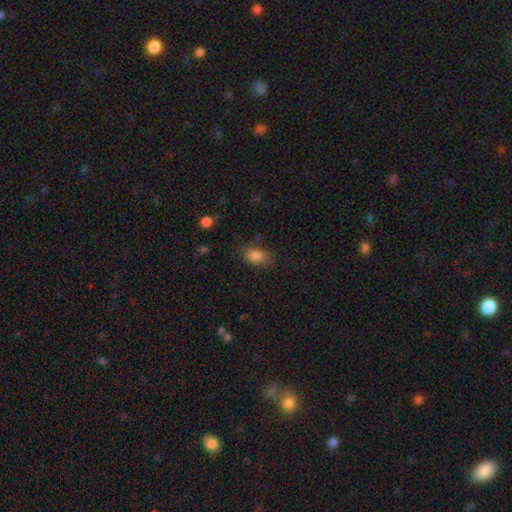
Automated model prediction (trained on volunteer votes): A smooth galaxy with no disk features (86%) that is in between round and cigar-shaped (87%). Merging: none (78%).